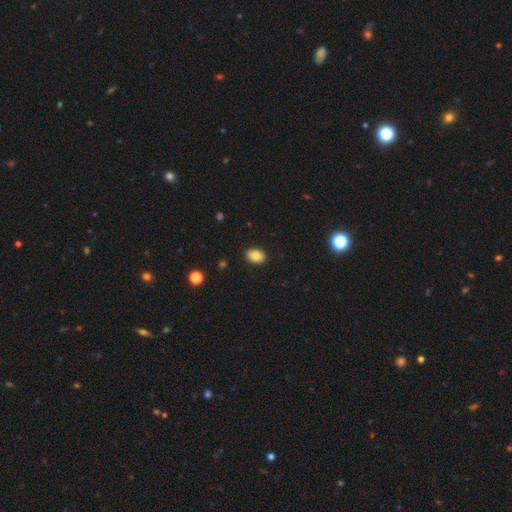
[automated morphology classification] Overall: smooth (84%). How rounded: in between (83%). Merging: none (89%).